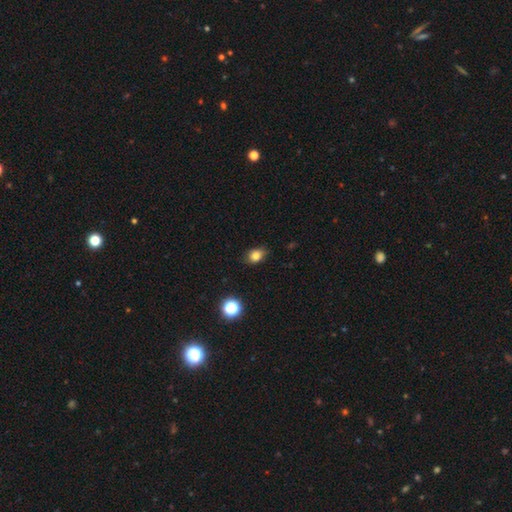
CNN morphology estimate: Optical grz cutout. It shows a smooth galaxy with no disk features (82%) that is in between round and cigar-shaped (66%). Merging: none (80%).